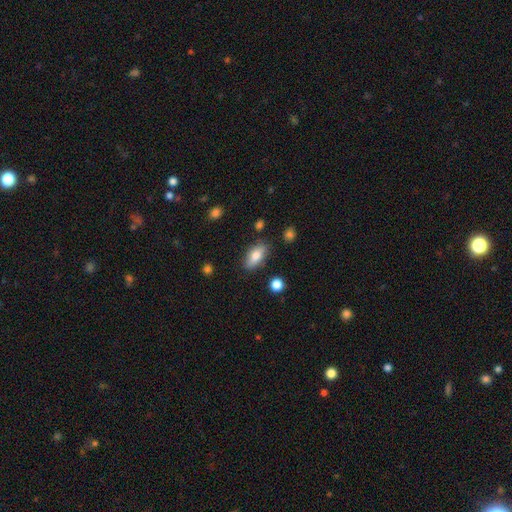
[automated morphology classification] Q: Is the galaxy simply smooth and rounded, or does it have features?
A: smooth — 78%.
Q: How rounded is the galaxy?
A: in between — 85%.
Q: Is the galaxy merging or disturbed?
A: none — 82%.